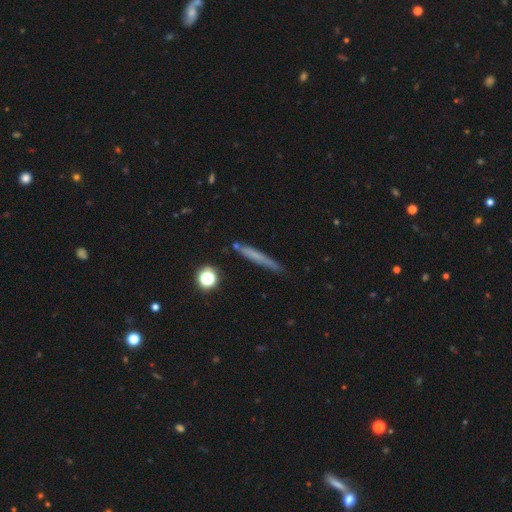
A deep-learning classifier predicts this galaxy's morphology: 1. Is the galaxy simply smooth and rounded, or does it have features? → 59% smooth, 30% featured or disk, 11% star or artifact.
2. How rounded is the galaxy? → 93% cigar-shaped, 4% in between, 3% round.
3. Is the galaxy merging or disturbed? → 79% none, 14% minor disturbance, 4% merger, 3% major disturbance.